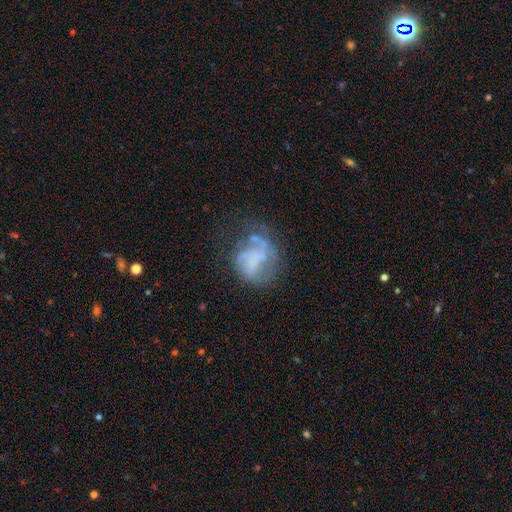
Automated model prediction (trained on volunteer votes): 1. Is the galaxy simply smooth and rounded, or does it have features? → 54% featured or disk, 32% smooth, 14% star or artifact.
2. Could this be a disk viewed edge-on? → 97% no, 3% yes.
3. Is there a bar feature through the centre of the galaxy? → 68% no, 22% weak, 10% strong.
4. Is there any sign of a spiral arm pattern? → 60% no, 40% yes.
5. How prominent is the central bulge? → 68% none, 16% small, 10% moderate, 5% large, 2% dominant.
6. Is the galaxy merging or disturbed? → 38% none, 33% major disturbance, 24% minor disturbance, 6% merger.